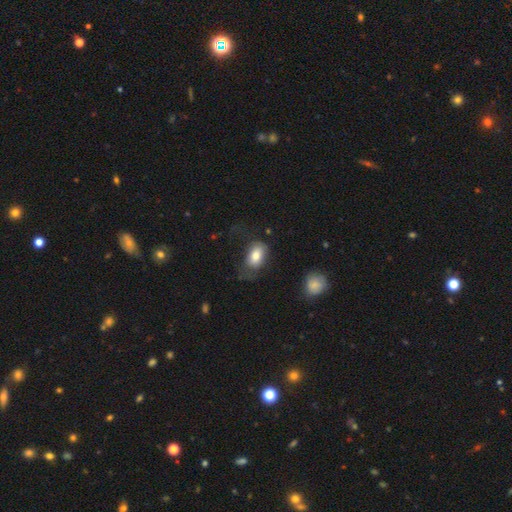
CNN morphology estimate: Overall: smooth (78%). How rounded: in between (87%). Merging: none (45%; major disturbance 27%).